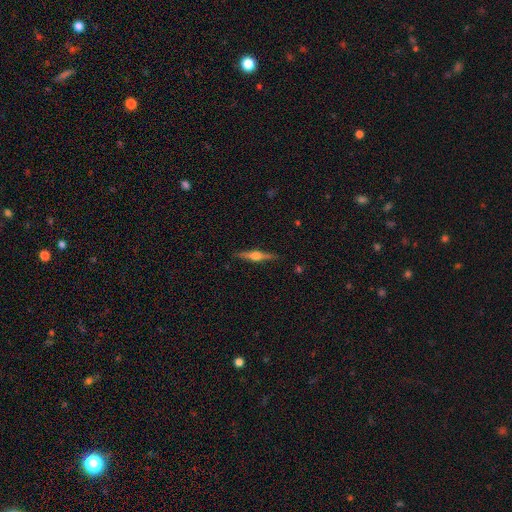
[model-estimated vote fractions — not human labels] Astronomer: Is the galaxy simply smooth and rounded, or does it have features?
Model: featured or disk — 76%.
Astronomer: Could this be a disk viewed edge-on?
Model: yes — 98%.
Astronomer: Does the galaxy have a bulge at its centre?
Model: rounded — 92%.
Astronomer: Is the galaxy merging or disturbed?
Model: none — 90%.